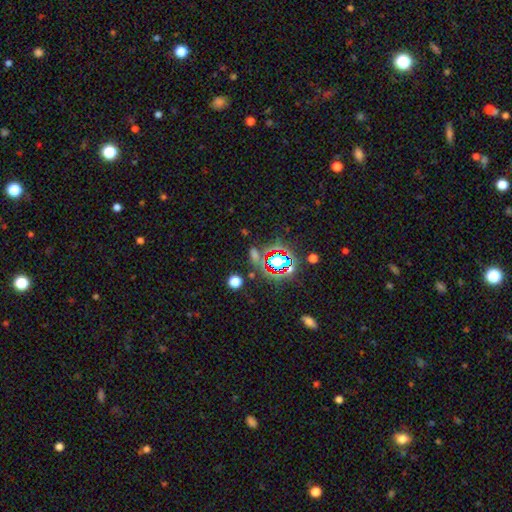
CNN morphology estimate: A star or artifact, not a galaxy (68%).